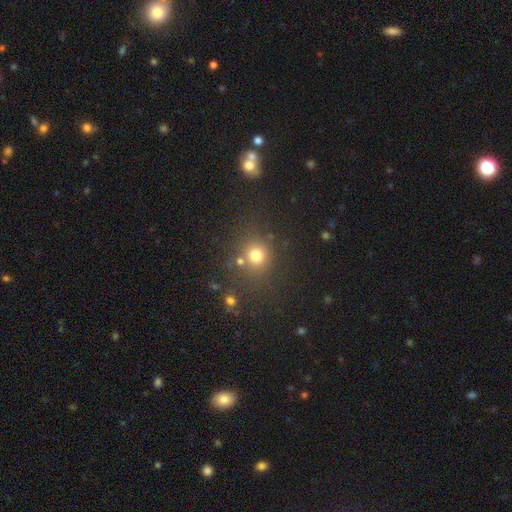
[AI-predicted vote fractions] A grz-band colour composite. It shows a smooth galaxy with no disk features (74%) that is round (86%). Merging: none (72%).